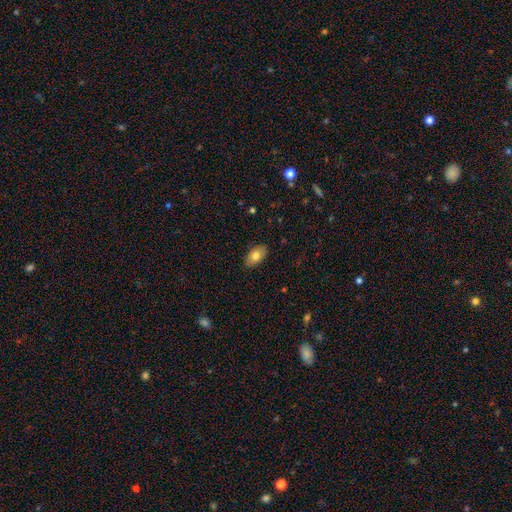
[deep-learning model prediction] Smooth or featured? Predicted: smooth (p=0.78). How rounded? Predicted: in between (p=0.92). Merging? Predicted: none (p=0.87).